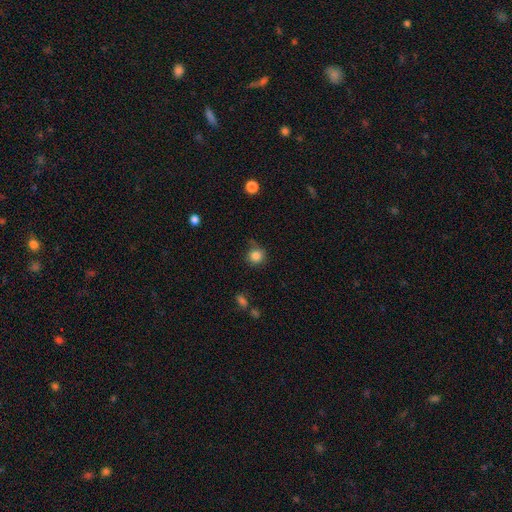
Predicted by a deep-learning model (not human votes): Q: Smooth or featured?
A: smooth (84%); runner-up: star or artifact (10%)
Q: How rounded?
A: round (90%); runner-up: in between (9%)
Q: Merging?
A: none (68%); runner-up: minor disturbance (22%)